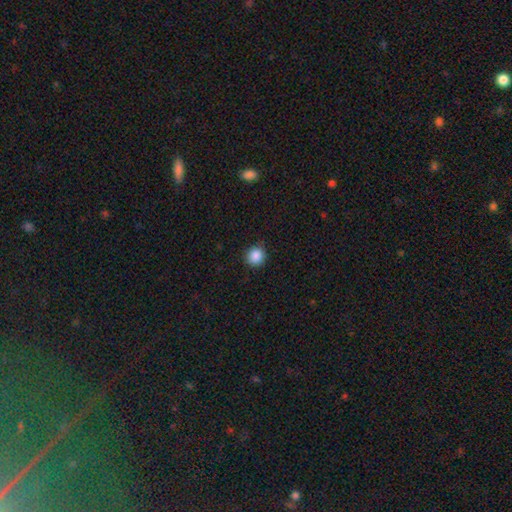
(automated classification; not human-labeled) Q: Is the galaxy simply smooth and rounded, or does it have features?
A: smooth — 87%.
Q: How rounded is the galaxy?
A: round — 91%.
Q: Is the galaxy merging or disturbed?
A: none — 88%.